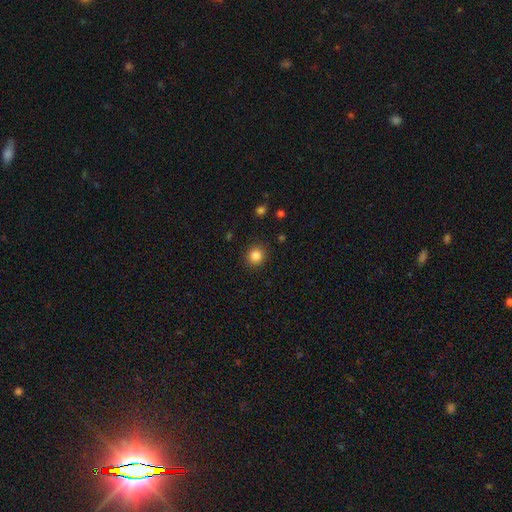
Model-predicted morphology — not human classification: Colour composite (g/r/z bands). It shows a smooth galaxy with no disk features (85%) that is round (86%). Merging: none (90%).